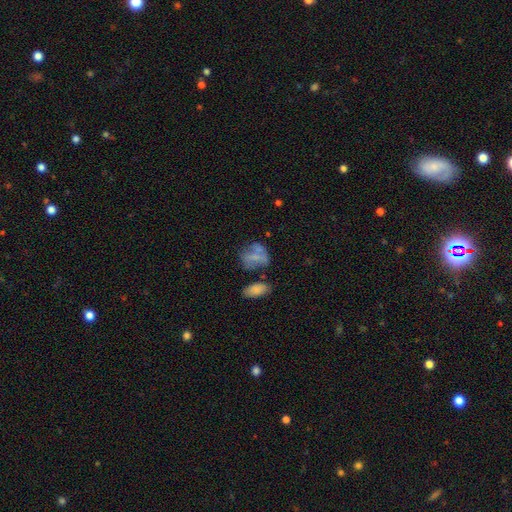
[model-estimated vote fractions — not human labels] Morphology: type=smooth (59%); roundness=in between (57%); merging=none (41%).